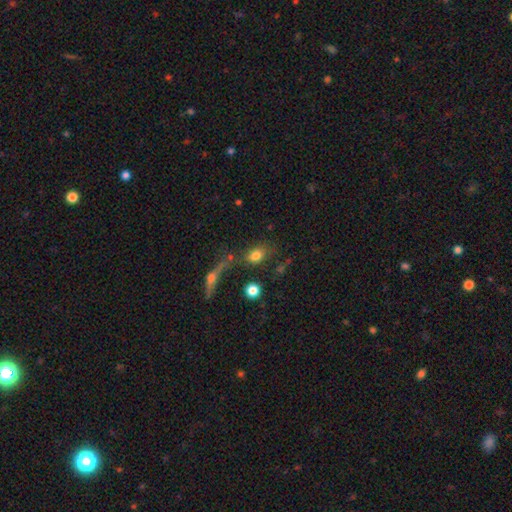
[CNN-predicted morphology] Smooth or featured?
  - smooth: 77% *
  - featured or disk: 12%
  - star or artifact: 11%
How rounded?
  - in between: 71% *
  - round: 25%
  - cigar-shaped: 4%
Merging?
  - none: 59% *
  - merger: 18%
  - minor disturbance: 14%
  - major disturbance: 9%